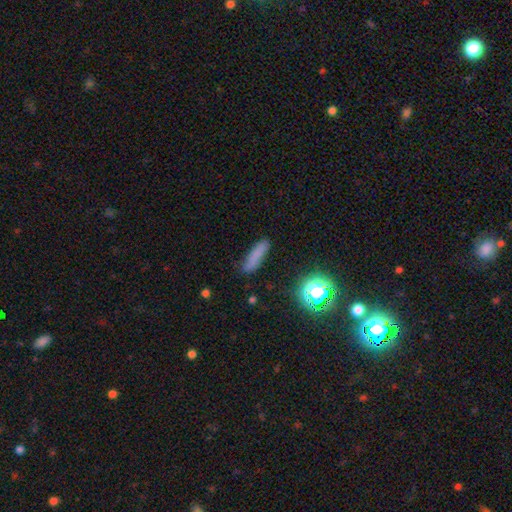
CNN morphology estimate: smooth-or-featured: smooth: 74% | star or artifact: 14% | featured or disk: 11%
  how-rounded: cigar-shaped: 80% | in between: 17% | round: 3%
  merging: none: 80% | minor disturbance: 15% | major disturbance: 4% | merger: 2%